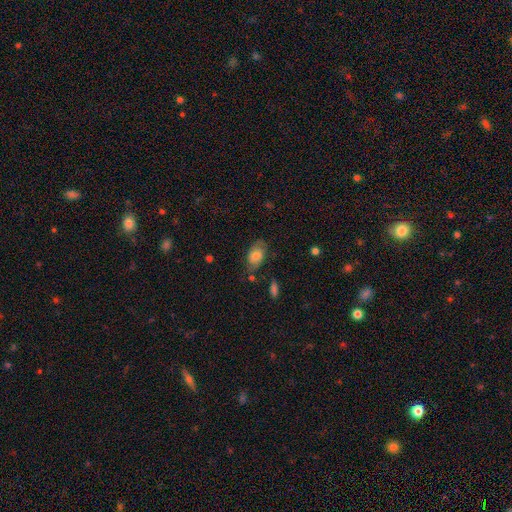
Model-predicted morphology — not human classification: smooth 69%, featured or disk 23%, star or artifact 8%. Down the decision tree: how rounded — in between (91%); merging — none (67%).